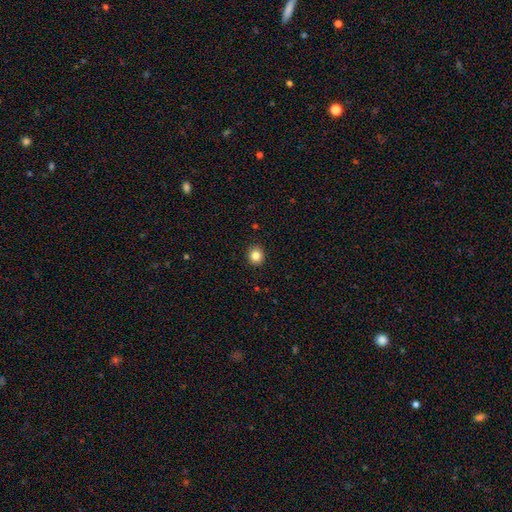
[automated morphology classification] Smooth or featured? smooth (84%)
How rounded? round (86%)
Merging? none (91%)